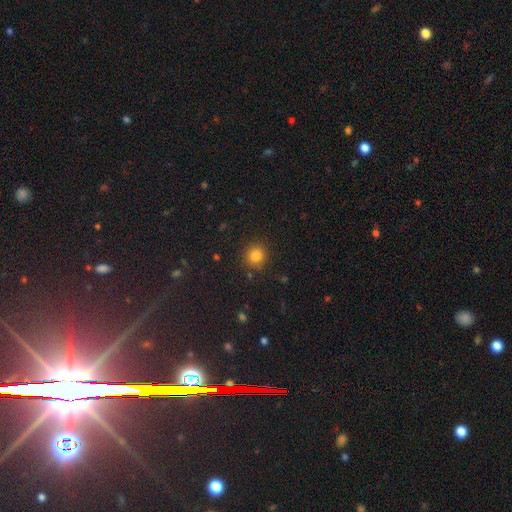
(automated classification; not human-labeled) This appears to be a smooth galaxy with no disk features (82%) that is round (89%). Merging: none (88%).